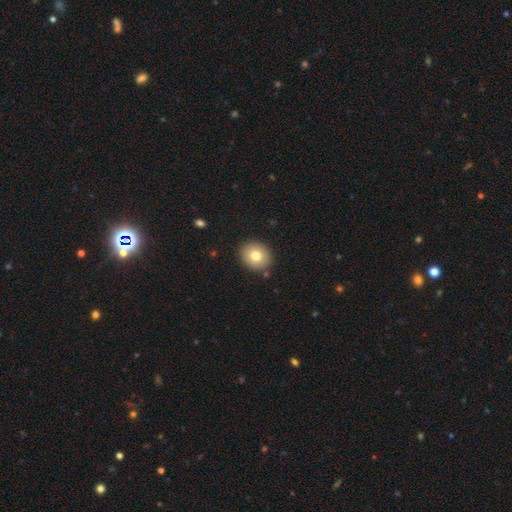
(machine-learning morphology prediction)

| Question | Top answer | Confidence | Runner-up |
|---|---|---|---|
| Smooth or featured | smooth | 78% | featured or disk (12%) |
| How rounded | round | 74% | in between (25%) |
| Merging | none | 87% | minor disturbance (8%) |